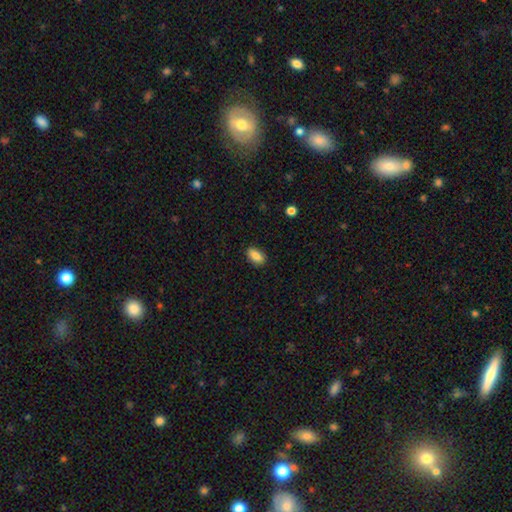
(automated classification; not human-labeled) smooth 82%, featured or disk 10%, star or artifact 8%. Down the decision tree: how rounded — in between (87%); merging — none (87%).